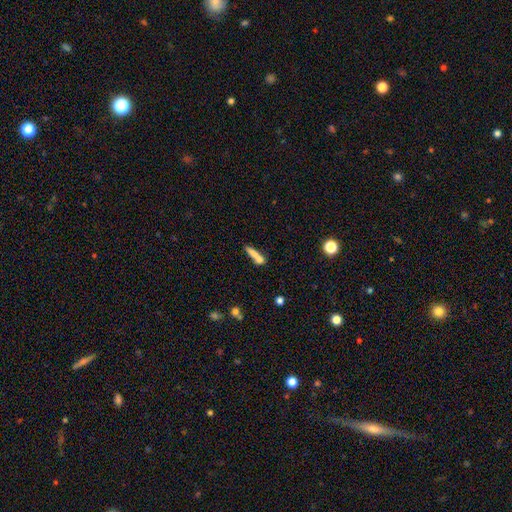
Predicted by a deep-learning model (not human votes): smooth_or_featured: smooth (p=0.73) [alt: featured or disk p=0.18]
how_rounded: cigar-shaped (p=0.80) [alt: in between p=0.18]
merging: none (p=0.51) [alt: merger p=0.26]